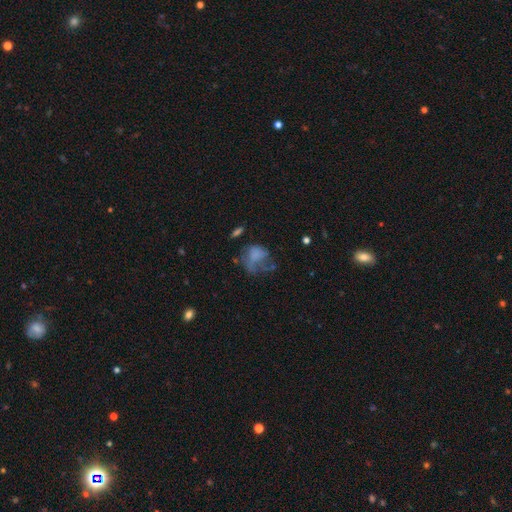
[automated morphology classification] Overall: smooth (53%; featured or disk 34%). How rounded: in between (56%; round 43%). Merging: major disturbance (48%; none 25%).